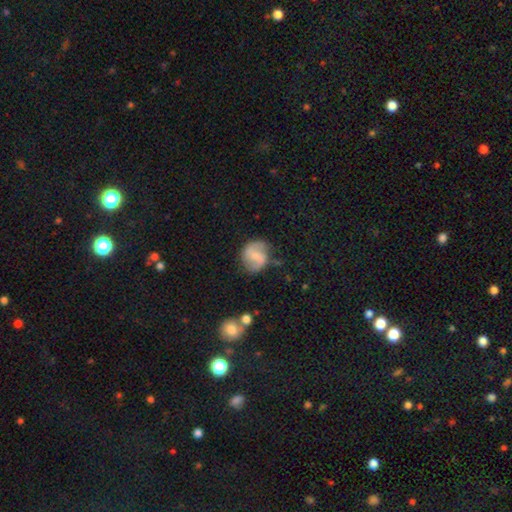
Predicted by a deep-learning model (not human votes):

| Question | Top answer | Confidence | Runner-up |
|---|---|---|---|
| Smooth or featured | featured or disk | 62% | smooth (31%) |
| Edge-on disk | no | 98% | yes (2%) |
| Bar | weak | 49% | no (33%) |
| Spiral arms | yes | 90% | no (10%) |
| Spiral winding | medium | 47% | loose (36%) |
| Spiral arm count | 2 | 87% | can't tell (7%) |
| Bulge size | small | 41% | moderate (29%) |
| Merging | none | 68% | minor disturbance (21%) |